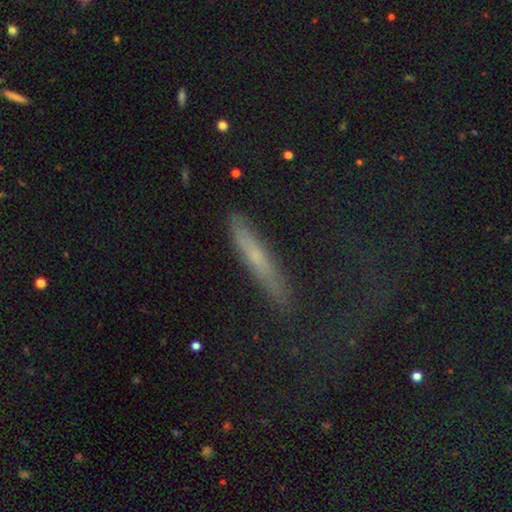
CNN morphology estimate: smooth-or-featured: smooth: 48% | featured or disk: 35% | star or artifact: 17%
  merging: none: 79% | minor disturbance: 14% | major disturbance: 5% | merger: 2%